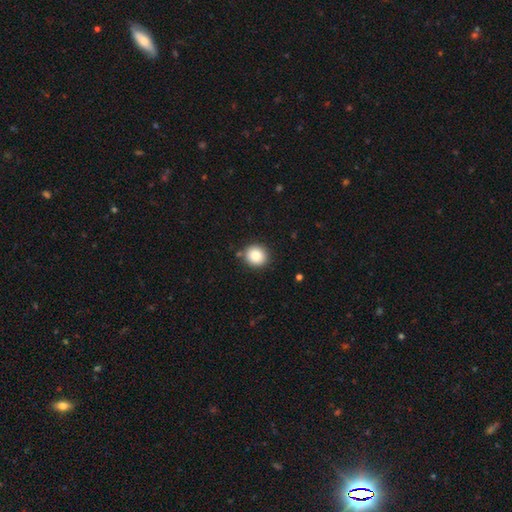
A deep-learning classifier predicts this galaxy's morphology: Smooth or featured? smooth (85%)
How rounded? round (87%)
Merging? none (88%)